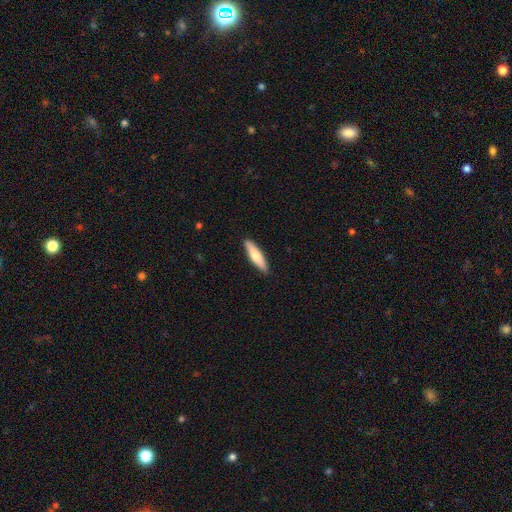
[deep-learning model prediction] Overall: smooth (66%; featured or disk 29%). How rounded: cigar-shaped (74%). Merging: none (90%).